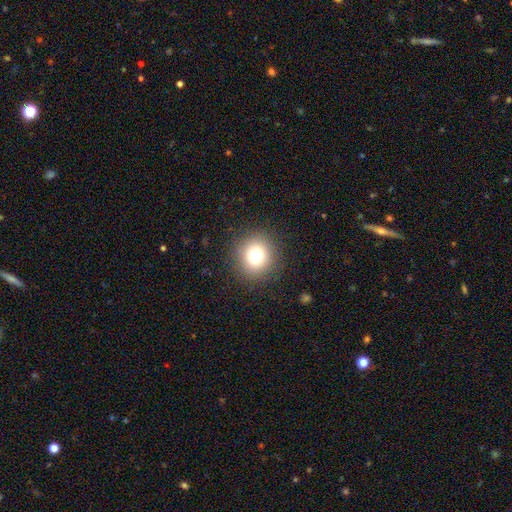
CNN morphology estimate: Smooth or featured? smooth (79%)
How rounded? round (87%)
Merging? none (89%)